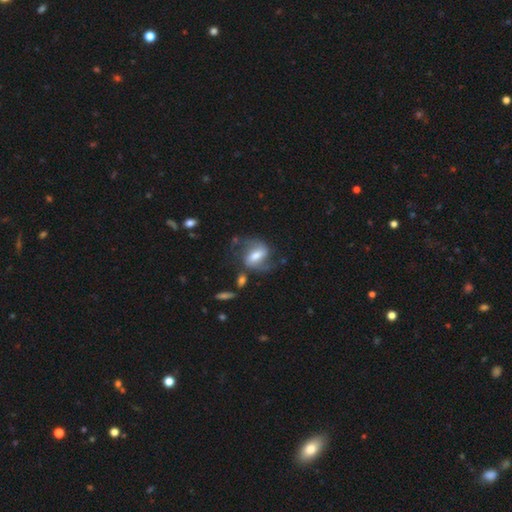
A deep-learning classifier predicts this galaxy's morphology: Q: Smooth or featured?
A: featured or disk (75%); runner-up: smooth (18%)
Q: Edge-on disk?
A: no (96%); runner-up: yes (4%)
Q: Bar?
A: weak (45%); runner-up: strong (38%)
Q: Spiral arms?
A: yes (93%); runner-up: no (7%)
Q: Spiral winding?
A: medium (49%); runner-up: loose (37%)
Q: Spiral arm count?
A: 2 (89%); runner-up: can't tell (5%)
Q: Bulge size?
A: moderate (56%); runner-up: large (20%)
Q: Merging?
A: none (61%); runner-up: minor disturbance (19%)